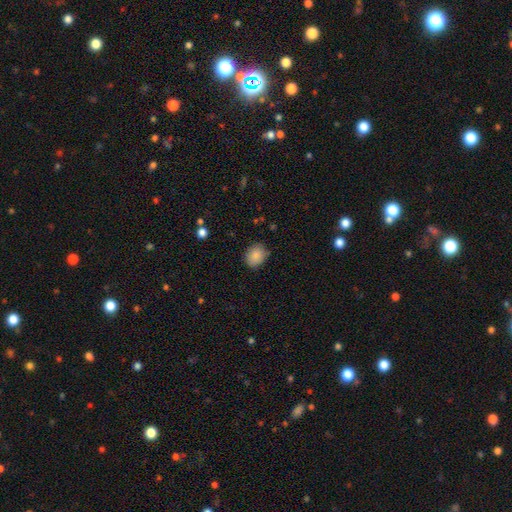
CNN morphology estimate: A smooth galaxy with no disk features (86%) that is round (59%). Merging: none (84%).